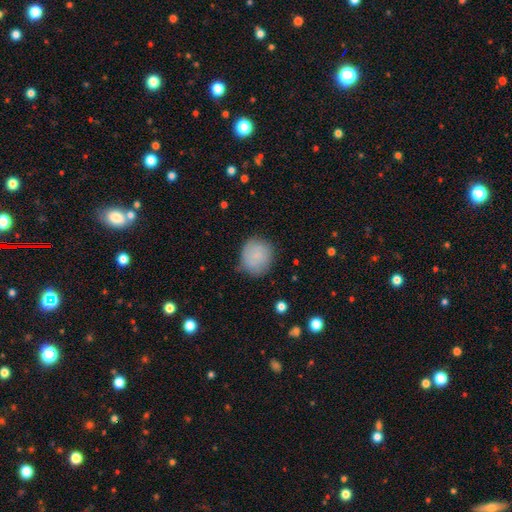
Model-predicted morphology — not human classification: Overall: smooth (76%). How rounded: round (85%). Merging: none (71%).